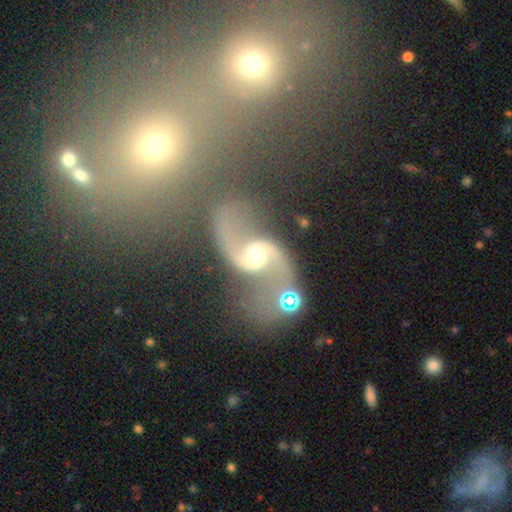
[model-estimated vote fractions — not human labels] featured or disk 88%, star or artifact 7%, smooth 5%. Down the decision tree: edge-on disk — no (98%); bar — no (50%); spiral arms — yes (96%); spiral arm count — 2 (94%); spiral winding — loose (72%); bulge size — moderate (64%); merging — none (45%).